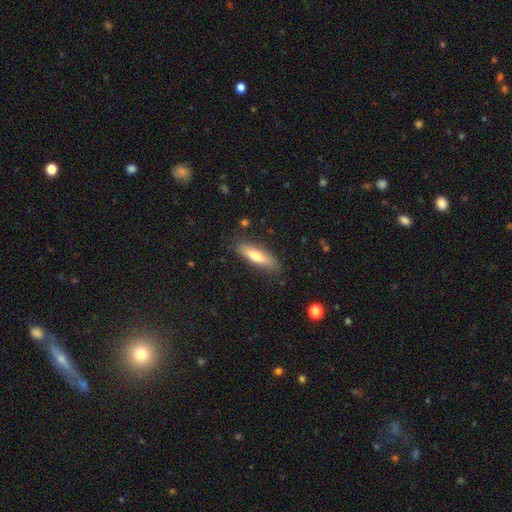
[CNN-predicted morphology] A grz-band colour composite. It shows a smooth galaxy with no disk features (71%) that is cigar-shaped (60%). Merging: none (82%).